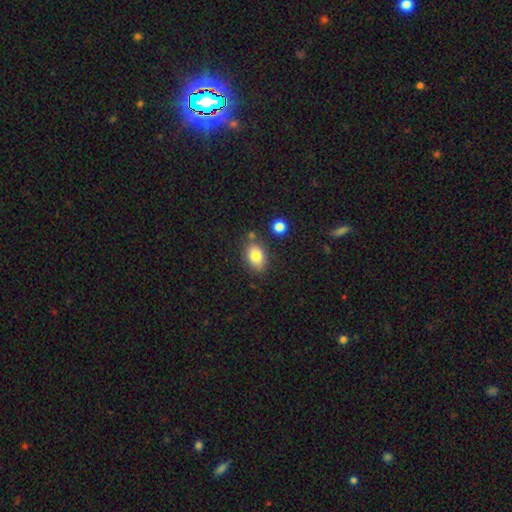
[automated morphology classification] A smooth galaxy with no disk features (81%) that is in between round and cigar-shaped (80%). Merging: none (75%).